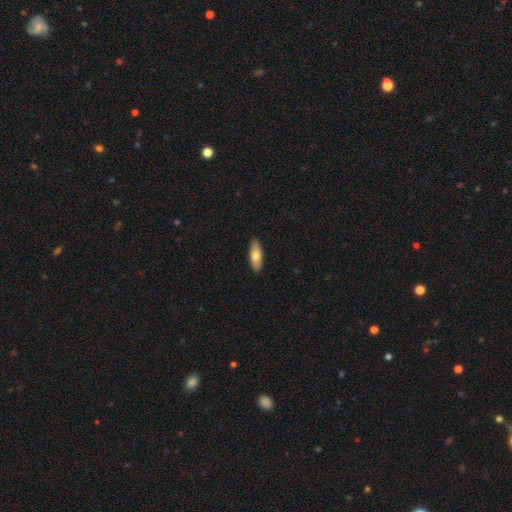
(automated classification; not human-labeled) smooth 75%, featured or disk 20%, star or artifact 6%. Down the decision tree: how rounded — in between (66%); merging — none (89%).